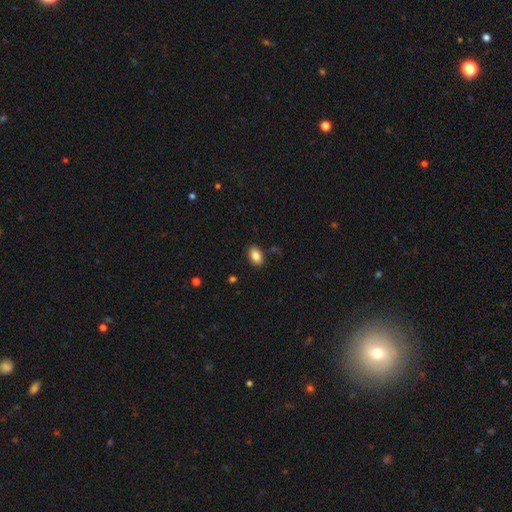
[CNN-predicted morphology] A smooth galaxy with no disk features (86%) that is in between round and cigar-shaped (88%).

Vote fractions:
- Smooth or featured? smooth: 86% / star or artifact: 8% / featured or disk: 6%
- How rounded? in between: 88% / round: 10% / cigar-shaped: 1%
- Merging? none: 85% / minor disturbance: 10% / major disturbance: 2% / merger: 2%